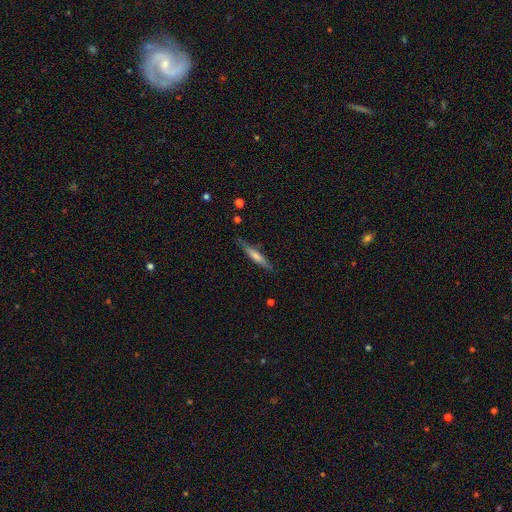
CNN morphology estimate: This appears to be a smooth galaxy with no disk features (52%) that is cigar-shaped (91%). Merging: none (78%).